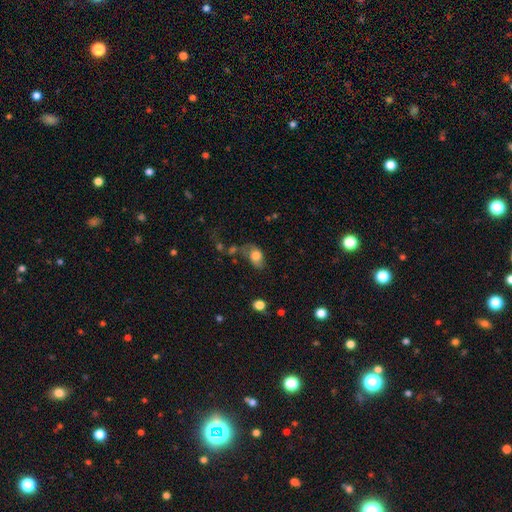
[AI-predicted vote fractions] Smooth or featured? Predicted: smooth (p=0.71). How rounded? Predicted: in between (p=0.81). Merging? Predicted: none (p=0.34).